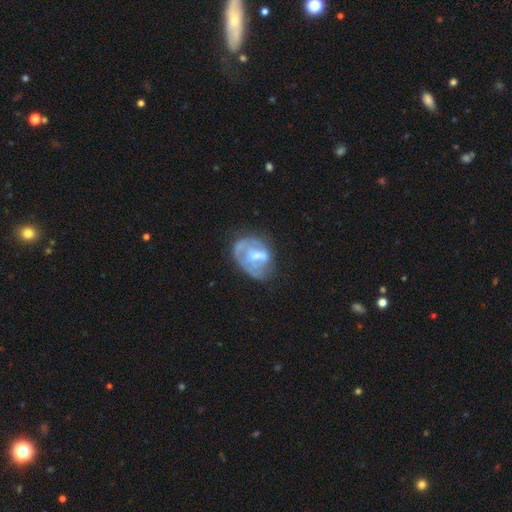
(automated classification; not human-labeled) Q: Smooth or featured?
A: featured or disk (60%); runner-up: smooth (33%)
Q: Edge-on disk?
A: no (97%); runner-up: yes (3%)
Q: Bar?
A: no (52%); runner-up: weak (38%)
Q: Spiral arms?
A: no (58%); runner-up: yes (42%)
Q: Bulge size?
A: small (37%); runner-up: moderate (36%)
Q: Merging?
A: none (41%); runner-up: minor disturbance (28%)